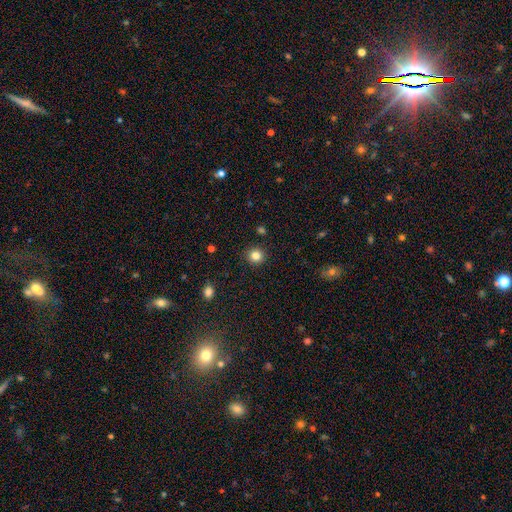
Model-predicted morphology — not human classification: Smooth or featured? smooth (83%)
How rounded? round (91%)
Merging? none (91%)